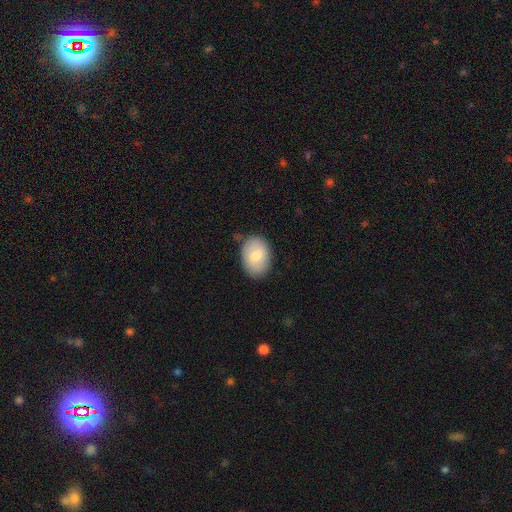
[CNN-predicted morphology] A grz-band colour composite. It shows a smooth galaxy with no disk features (76%) that is in between round and cigar-shaped (80%). Merging: none (79%).